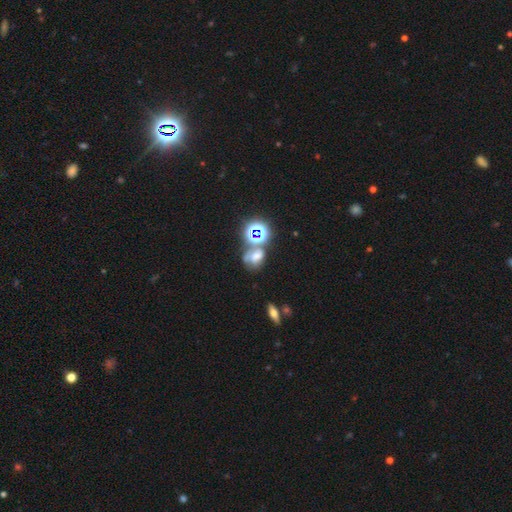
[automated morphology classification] type=smooth (40%); merging=none (35%).